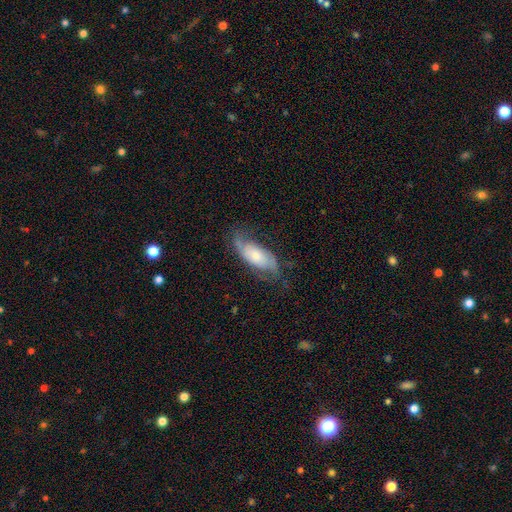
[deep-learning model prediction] Overall: featured or disk (59%; smooth 34%). Edge-on disk: no (89%). Bar: no (70%). Spiral arms: yes (86%). Bulge size: moderate (40%, tied with small). Merging: none (58%; minor disturbance 25%).